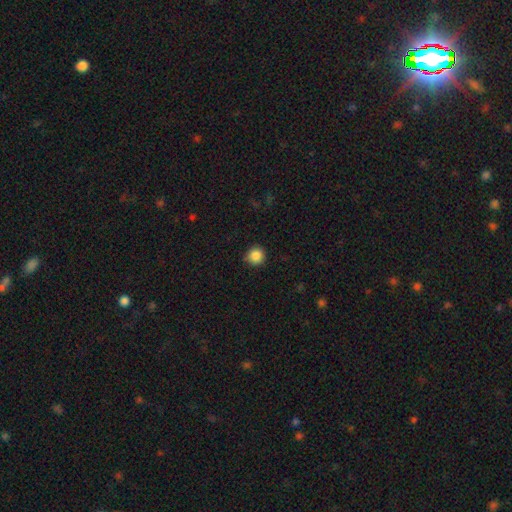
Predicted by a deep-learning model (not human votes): Overall: smooth (86%). How rounded: round (93%). Merging: none (85%).